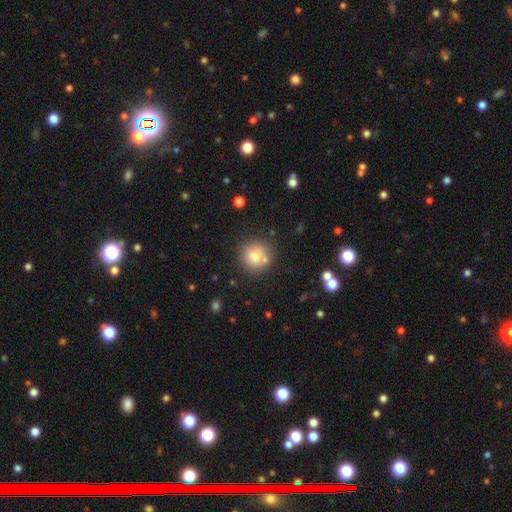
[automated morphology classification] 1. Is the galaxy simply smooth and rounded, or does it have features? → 73% smooth, 15% featured or disk, 12% star or artifact.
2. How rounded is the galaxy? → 93% round, 6% in between, 1% cigar-shaped.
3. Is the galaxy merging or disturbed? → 76% none, 11% merger, 10% minor disturbance, 3% major disturbance.